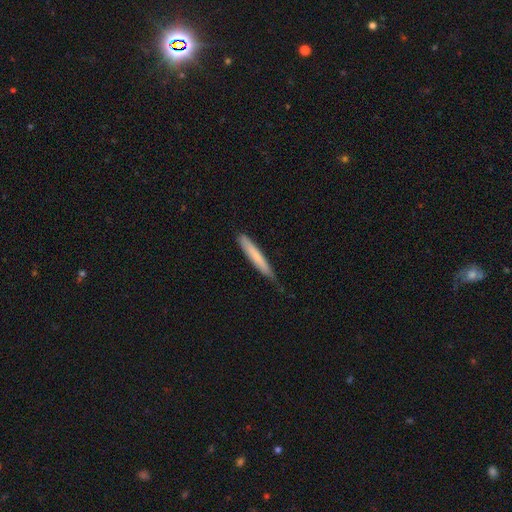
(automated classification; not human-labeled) Smooth or featured?
  - smooth: 70% *
  - featured or disk: 25%
  - star or artifact: 5%
How rounded?
  - cigar-shaped: 95% *
  - in between: 4%
  - round: 1%
Merging?
  - none: 71% *
  - minor disturbance: 24%
  - major disturbance: 3%
  - merger: 2%